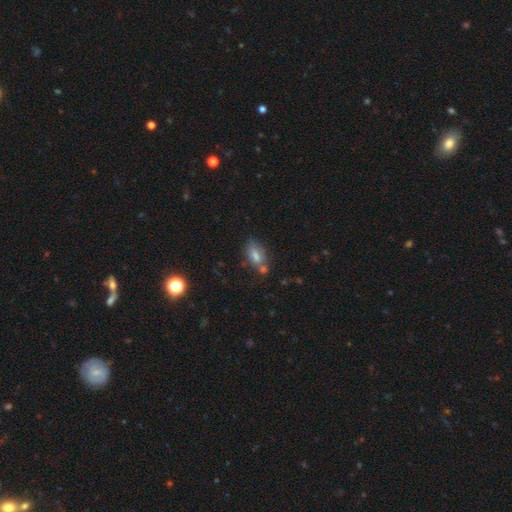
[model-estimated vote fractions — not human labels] Smooth or featured?
  - smooth: 69% *
  - featured or disk: 17%
  - star or artifact: 14%
How rounded?
  - in between: 84% *
  - round: 8%
  - cigar-shaped: 7%
Merging?
  - none: 59% *
  - merger: 20%
  - minor disturbance: 16%
  - major disturbance: 5%